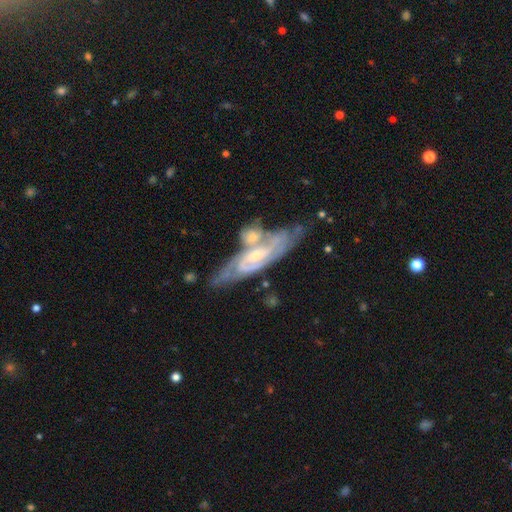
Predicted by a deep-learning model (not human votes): Smooth or featured? Predicted: featured or disk (p=0.88). Edge-on disk? Predicted: no (p=0.89). Bar? Predicted: weak (p=0.43). Spiral arms? Predicted: yes (p=0.96). Spiral winding? Predicted: tight (p=0.49). Spiral arm count? Predicted: 2 (p=0.68). Bulge size? Predicted: small (p=0.57). Merging? Predicted: none (p=0.43).